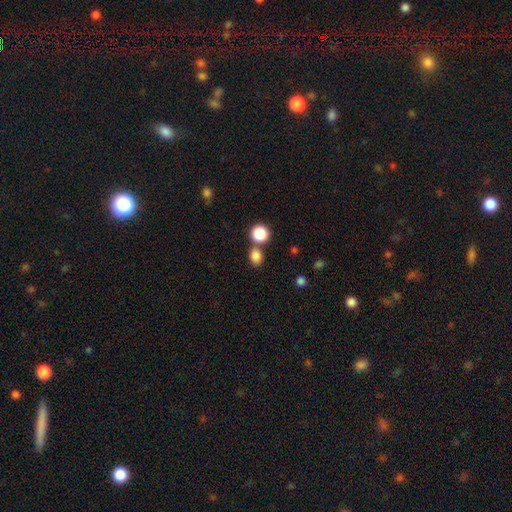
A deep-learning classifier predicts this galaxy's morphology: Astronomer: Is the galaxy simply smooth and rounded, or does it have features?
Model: smooth — 82%.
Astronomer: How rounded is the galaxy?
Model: round — 63%.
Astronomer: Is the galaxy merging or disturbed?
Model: none — 64%.